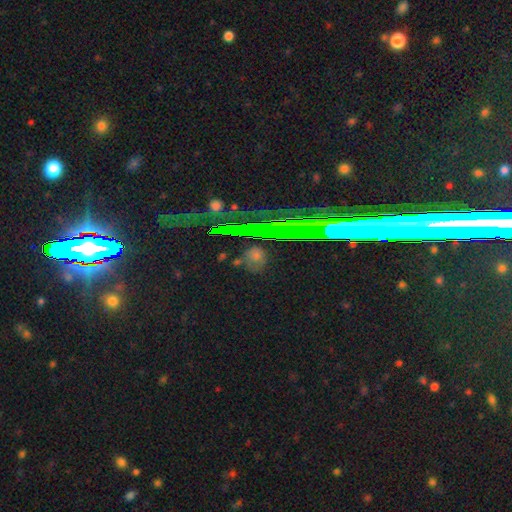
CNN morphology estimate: star or artifact 47%, smooth 40%, featured or disk 13%.